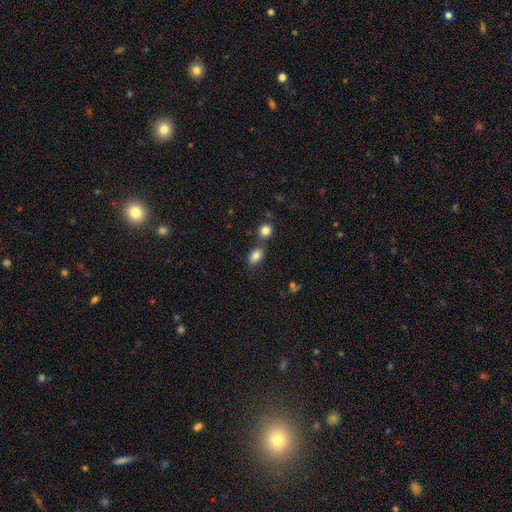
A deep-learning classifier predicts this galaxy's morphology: This appears to be a smooth galaxy with no disk features (83%) that is in between round and cigar-shaped (84%). Merging: none (60%).